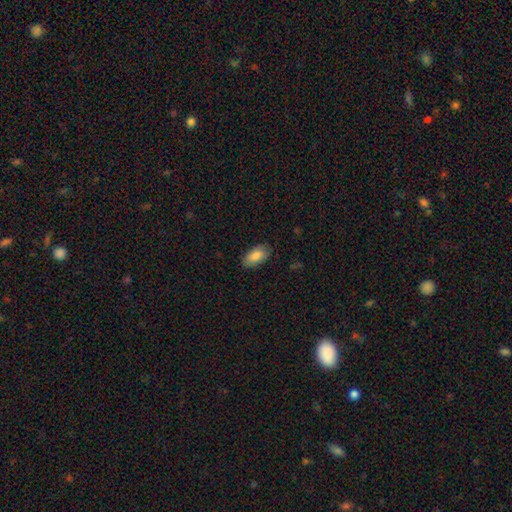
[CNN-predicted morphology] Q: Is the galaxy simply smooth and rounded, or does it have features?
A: smooth — 84%.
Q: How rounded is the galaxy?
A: in between — 92%.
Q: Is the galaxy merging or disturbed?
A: none — 85%.